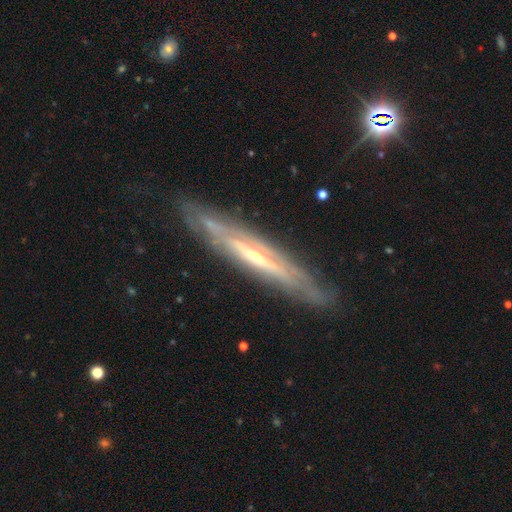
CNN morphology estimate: smooth_or_featured: featured or disk (p=0.82) [alt: smooth p=0.11]
disk_edge_on: yes (p=0.72) [alt: no p=0.28]
edge_on_bulge: rounded (p=0.60) [alt: none p=0.36]
merging: none (p=0.81) [alt: minor disturbance p=0.14]